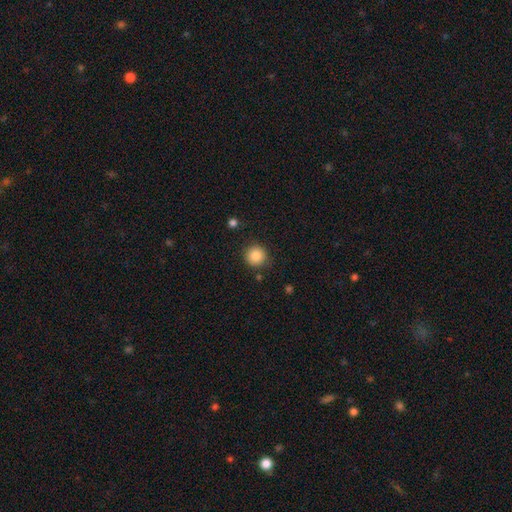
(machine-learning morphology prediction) type=smooth (86%); roundness=round (94%); merging=none (88%).